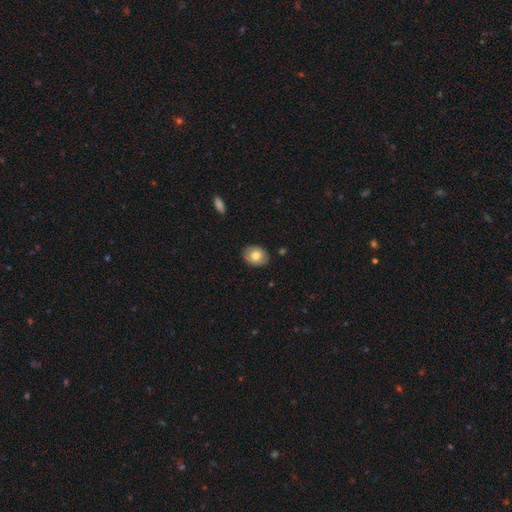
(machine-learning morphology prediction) Q: Smooth or featured?
A: smooth (74%); runner-up: featured or disk (18%)
Q: How rounded?
A: in between (63%); runner-up: round (36%)
Q: Merging?
A: none (86%); runner-up: minor disturbance (11%)